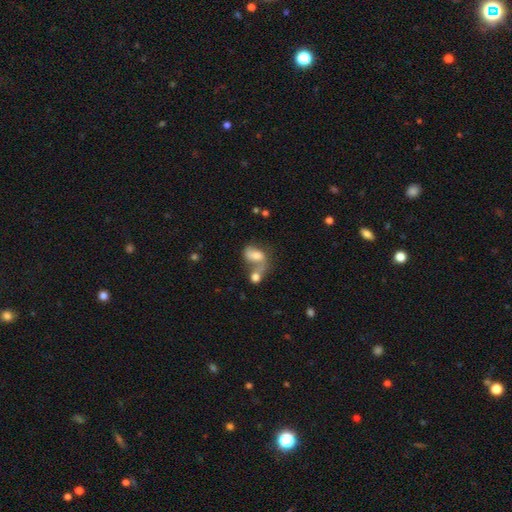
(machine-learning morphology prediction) The model was most divided on "smooth or featured": smooth: 55%, featured or disk: 34%, star or artifact: 11%. More confident: how rounded — in between (79%); merging — merger (56%).